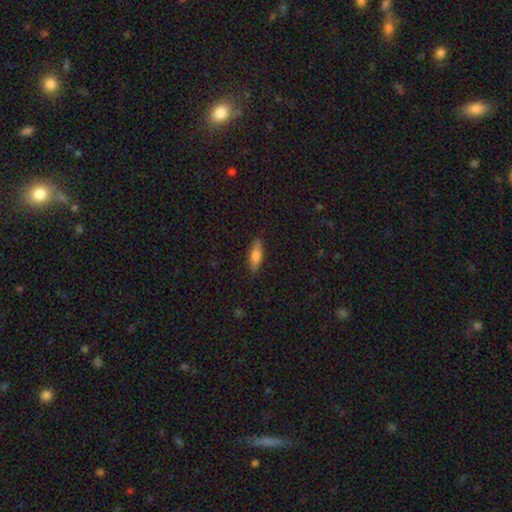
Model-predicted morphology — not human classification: A smooth galaxy with no disk features (68%) that is in between round and cigar-shaped (55%). Merging: none (87%).